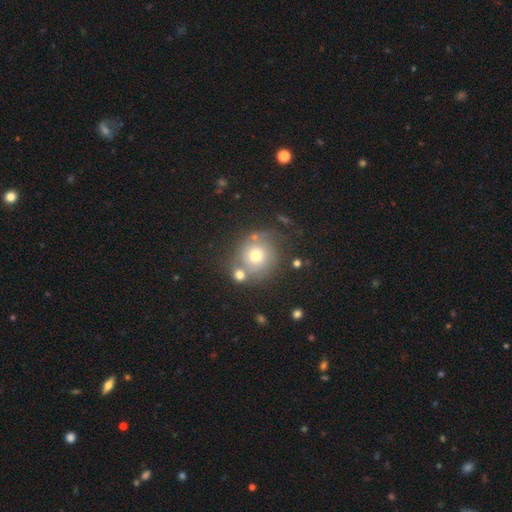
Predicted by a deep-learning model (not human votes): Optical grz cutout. It shows a smooth galaxy with no disk features (53%) that is round (86%). Merging: none (59%).